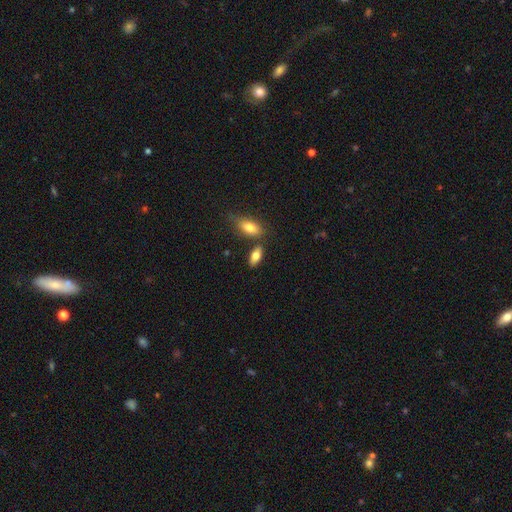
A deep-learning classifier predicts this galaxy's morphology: The model was most divided on "merging": none: 71%, merger: 14%, minor disturbance: 11%, major disturbance: 3%. More confident: how rounded — in between (85%); smooth or featured — smooth (78%).